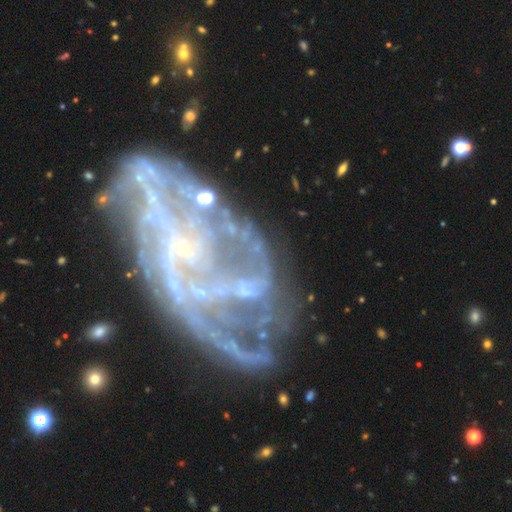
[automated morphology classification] This appears to be a featured or disk galaxy (82%) with no bar (62%), medium (41%) spiral arms (87%) and a small central bulge (58%). Merging: none (46%).